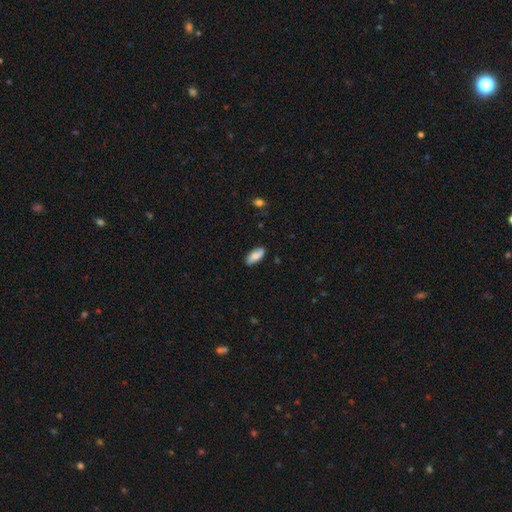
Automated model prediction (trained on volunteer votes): Smooth or featured?
  - smooth: 79% *
  - featured or disk: 15%
  - star or artifact: 6%
How rounded?
  - in between: 83% *
  - cigar-shaped: 15%
  - round: 2%
Merging?
  - none: 84% *
  - minor disturbance: 12%
  - major disturbance: 2%
  - merger: 1%